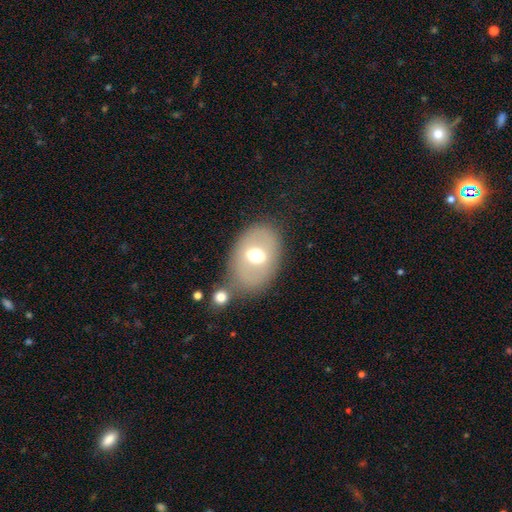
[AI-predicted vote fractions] smooth_or_featured: smooth (p=0.56) [alt: featured or disk p=0.35]
how_rounded: in between (p=0.75) [alt: round p=0.23]
merging: none (p=0.62) [alt: merger p=0.16]